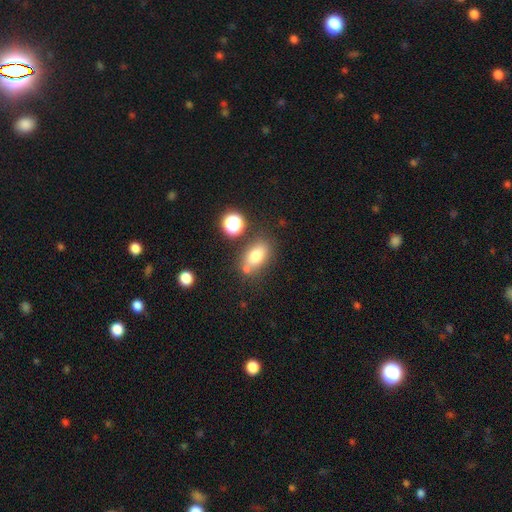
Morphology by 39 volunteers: This appears to be a smooth galaxy with no disk features (87%) that is in between round and cigar-shaped (88%). Merging: none (63%).